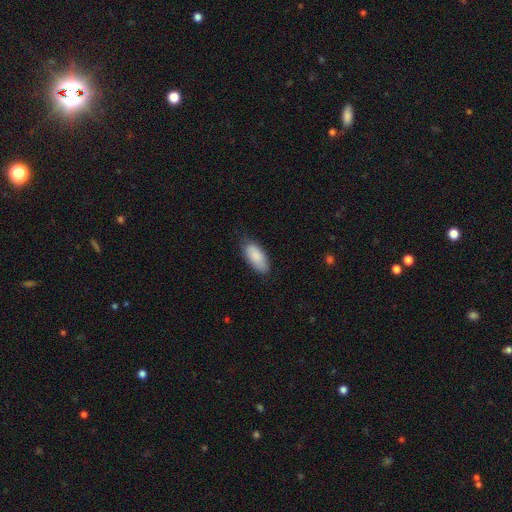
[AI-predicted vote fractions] This appears to be a smooth galaxy with no disk features (87%) that is in between round and cigar-shaped (90%). Merging: none (75%).